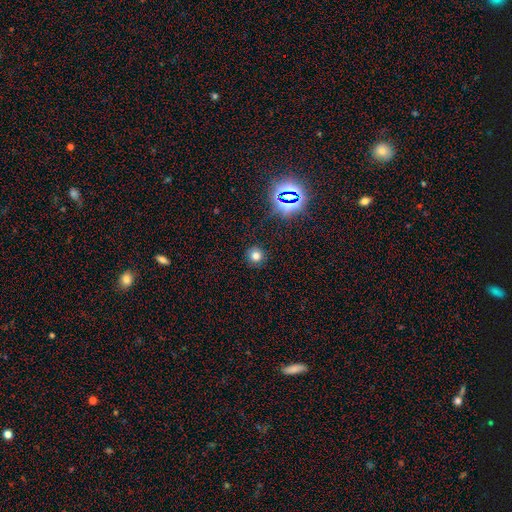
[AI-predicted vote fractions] smooth_or_featured: smooth (p=0.72) [alt: star or artifact p=0.21]
how_rounded: round (p=0.91) [alt: in between p=0.08]
merging: none (p=0.89) [alt: minor disturbance p=0.07]